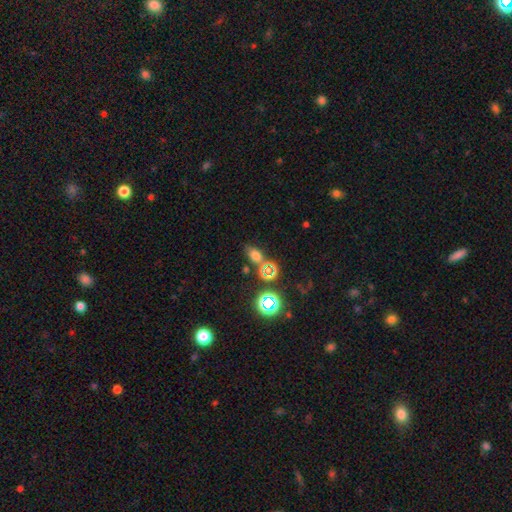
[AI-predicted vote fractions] Smooth or featured: smooth — 60% (star or artifact — 30%)
How rounded: in between — 75% (round — 21%)
Merging: none — 67% (minor disturbance — 14%)